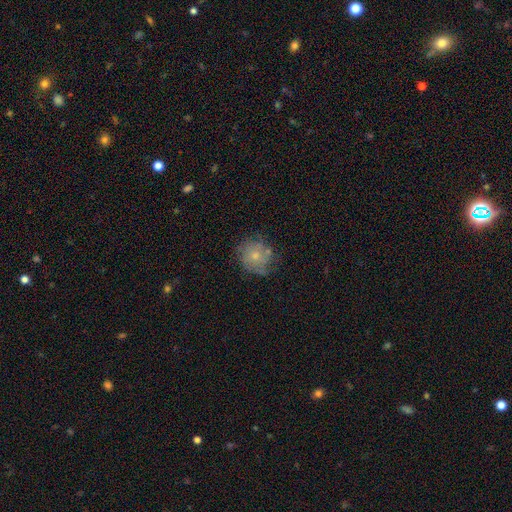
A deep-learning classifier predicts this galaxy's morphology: smooth 52%, featured or disk 38%, star or artifact 10%. Down the decision tree: how rounded — round (84%); merging — none (62%).